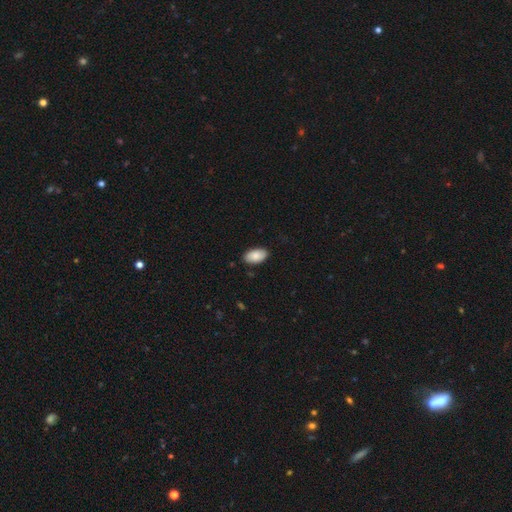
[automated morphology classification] A smooth galaxy with no disk features (88%) that is in between round and cigar-shaped (95%). Merging: none (87%).